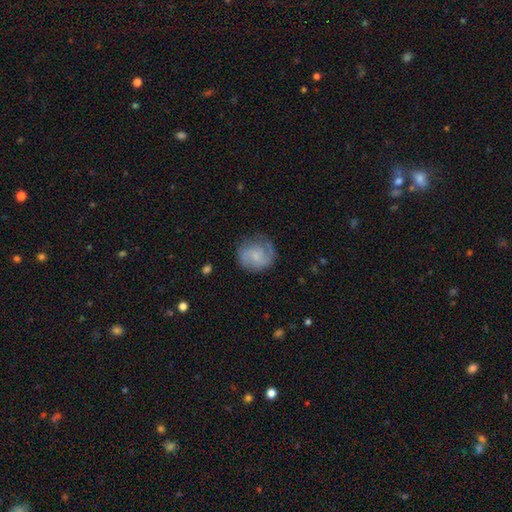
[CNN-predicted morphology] This is possibly a featured or disk galaxy (55%). It is clearly not viewed edge-on (98%). Bar: possibly no (60%). Spiral arm pattern: clearly yes (87%). Central bulge: possibly small (56%). Merging: likely none (66%).